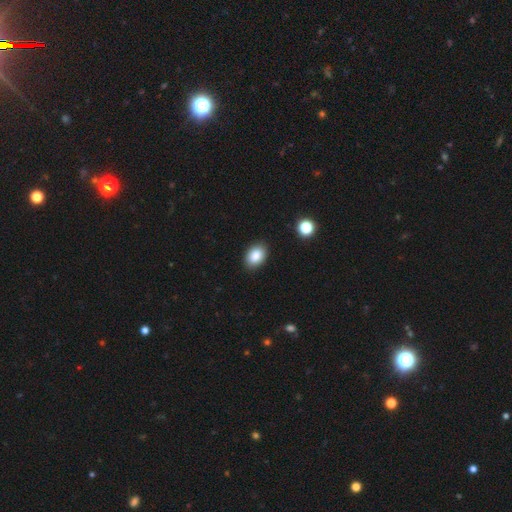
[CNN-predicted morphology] Smooth or featured? smooth (87%)
How rounded? in between (84%)
Merging? none (88%)